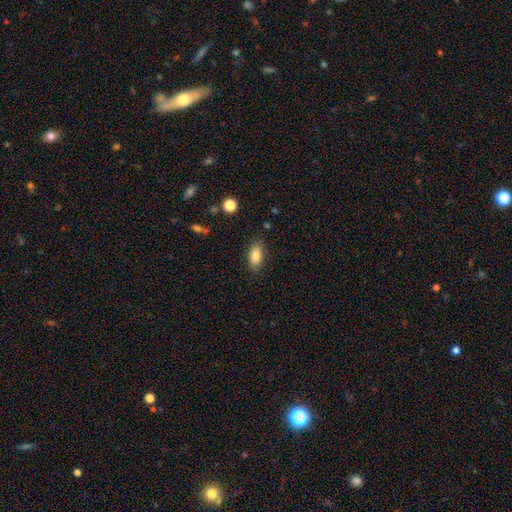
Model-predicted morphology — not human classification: Q: Smooth or featured?
A: smooth (84%); runner-up: featured or disk (8%)
Q: How rounded?
A: in between (87%); runner-up: cigar-shaped (9%)
Q: Merging?
A: none (84%); runner-up: minor disturbance (12%)